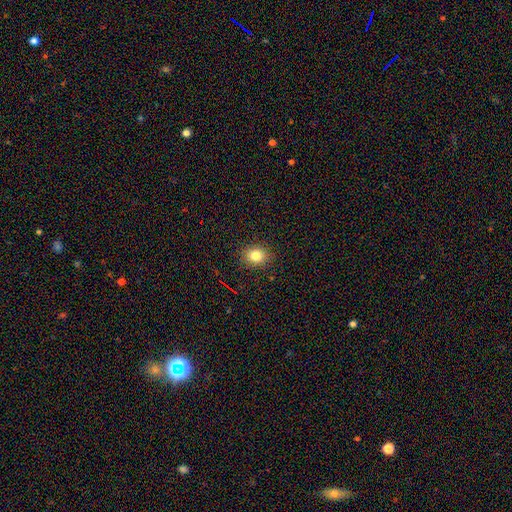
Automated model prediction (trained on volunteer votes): Overall: smooth (81%). How rounded: round (53%; in between 46%). Merging: none (88%).